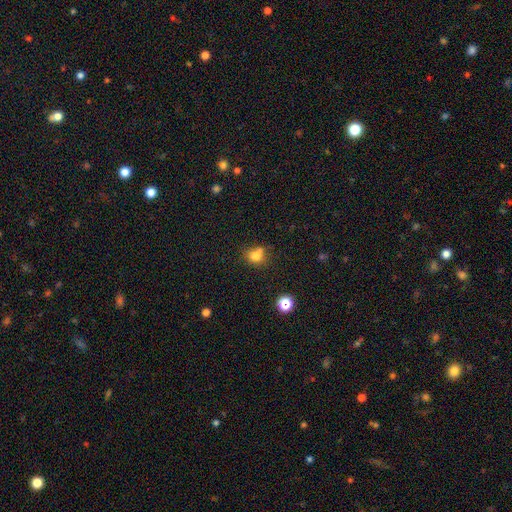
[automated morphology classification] The model was most divided on "merging": none: 47%, merger: 26%, minor disturbance: 19%, major disturbance: 8%. More confident: smooth or featured — smooth (74%); how rounded — round (65%).